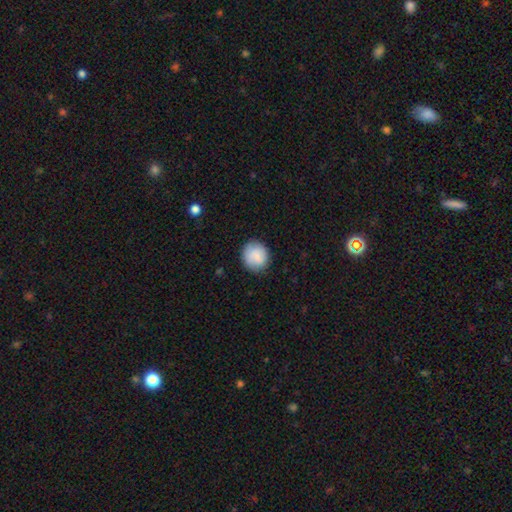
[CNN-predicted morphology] Smooth or featured? Predicted: smooth (p=0.84). How rounded? Predicted: round (p=0.86). Merging? Predicted: none (p=0.84).